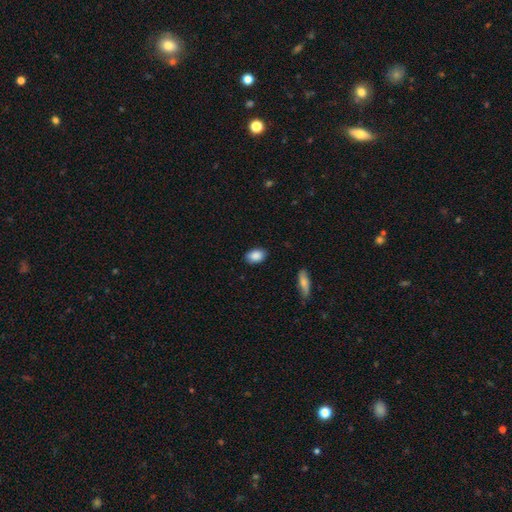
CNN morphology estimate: A smooth galaxy with no disk features (88%) that is in between round and cigar-shaped (84%).

Vote fractions:
- Smooth or featured? smooth: 88% / star or artifact: 7% / featured or disk: 4%
- How rounded? in between: 84% / round: 14% / cigar-shaped: 2%
- Merging? none: 86% / minor disturbance: 11% / major disturbance: 2% / merger: 1%